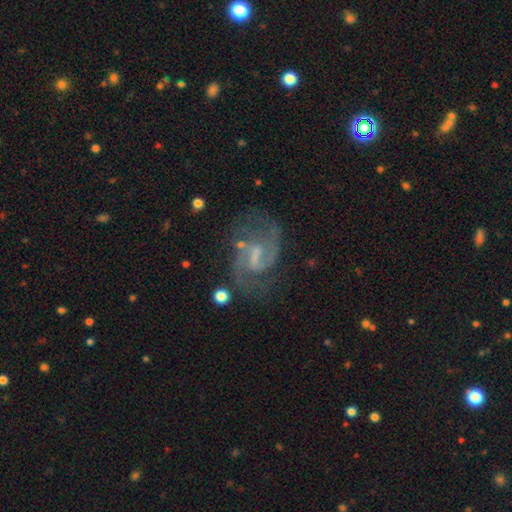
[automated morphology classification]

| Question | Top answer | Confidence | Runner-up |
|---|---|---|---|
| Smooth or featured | featured or disk | 86% | star or artifact (7%) |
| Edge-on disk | no | 98% | yes (2%) |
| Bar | weak | 56% | strong (27%) |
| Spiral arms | yes | 95% | no (5%) |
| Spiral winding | medium | 54% | loose (29%) |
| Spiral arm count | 2 | 83% | can't tell (7%) |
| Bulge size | none | 41% | small (36%) |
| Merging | none | 62% | minor disturbance (18%) |